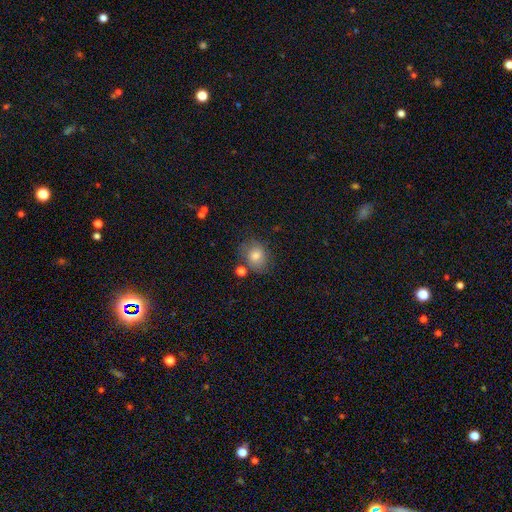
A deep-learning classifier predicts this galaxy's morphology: smooth_or_featured: smooth (p=0.76) [alt: featured or disk p=0.13]
how_rounded: round (p=0.61) [alt: in between p=0.38]
merging: none (p=0.69) [alt: minor disturbance p=0.17]